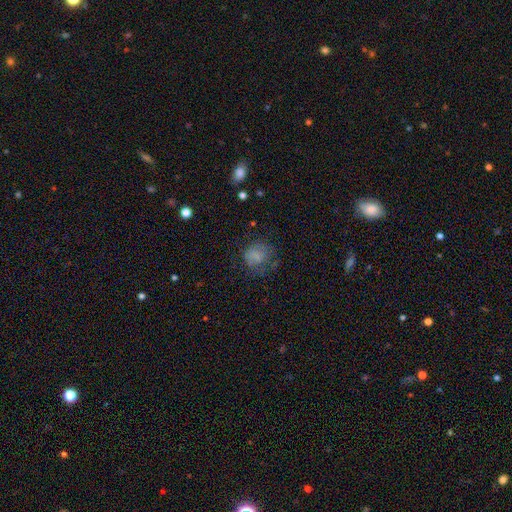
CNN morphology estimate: This is likely a smooth galaxy (72%). How rounded: likely round (70%). Merging: possibly none (53%).